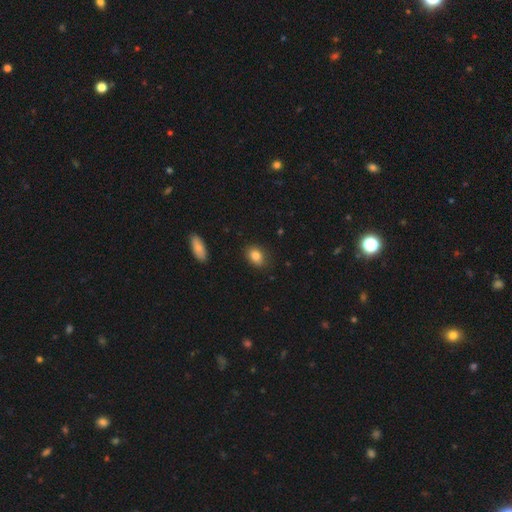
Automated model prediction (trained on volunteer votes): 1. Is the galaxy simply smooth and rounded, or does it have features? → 84% smooth, 9% star or artifact, 7% featured or disk.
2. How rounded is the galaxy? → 72% in between, 26% round, 2% cigar-shaped.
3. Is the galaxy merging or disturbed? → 83% none, 13% minor disturbance, 3% major disturbance, 1% merger.